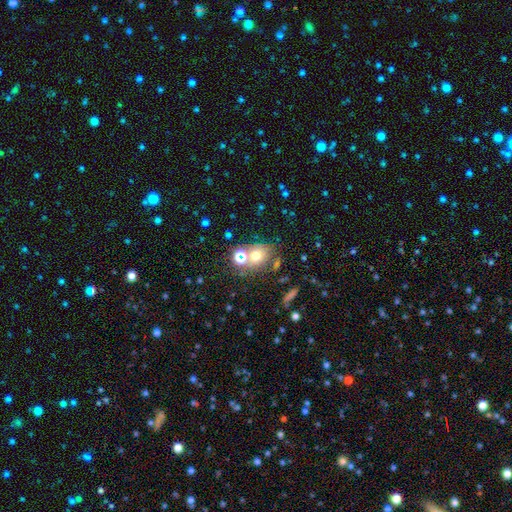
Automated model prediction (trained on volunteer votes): A smooth galaxy with no disk features (63%) that is round (51%). Merging: none (59%).